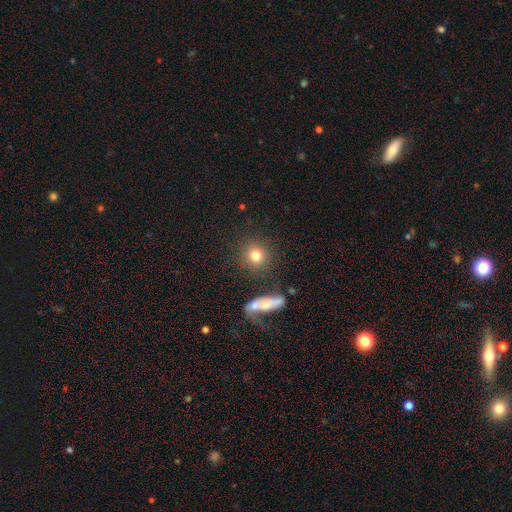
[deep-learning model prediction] Smooth or featured? smooth (79%)
How rounded? round (88%)
Merging? none (80%)